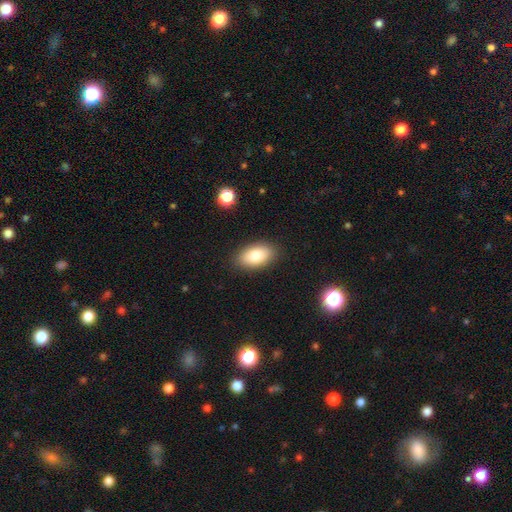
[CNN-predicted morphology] type=smooth (83%); roundness=in between (93%); merging=none (88%).